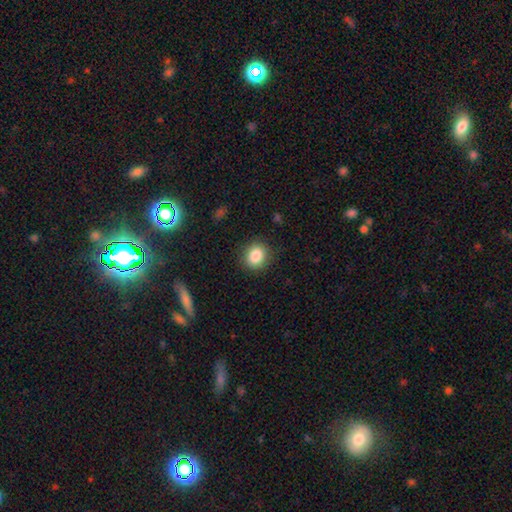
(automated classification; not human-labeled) This is clearly a smooth galaxy (86%). How rounded: likely round (68%). Merging: clearly none (87%).